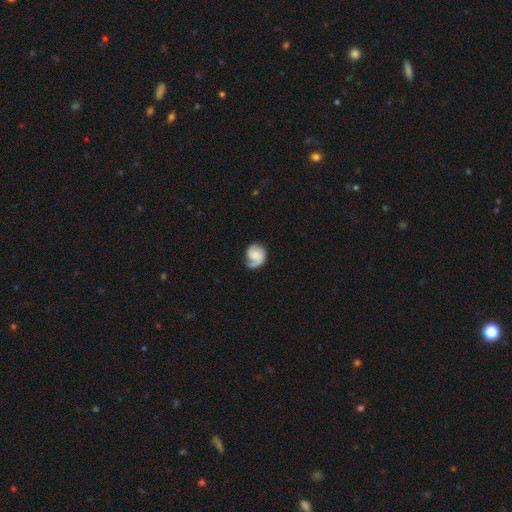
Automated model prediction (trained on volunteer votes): A featured or disk galaxy (62%) with no bar (64%), 1 (50%) medium (38%, tied with tight) spiral arms (93%) and a small central bulge (34%). Merging: none (59%).